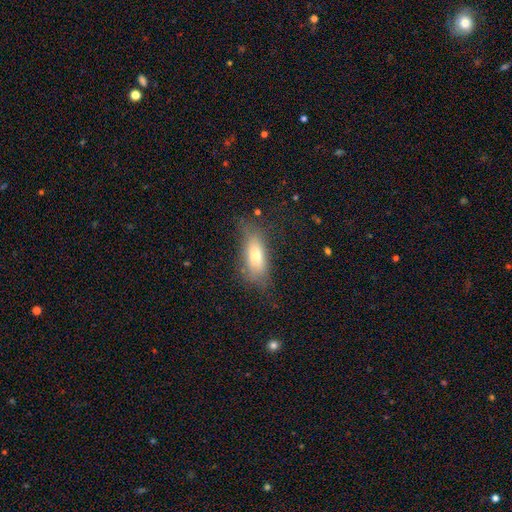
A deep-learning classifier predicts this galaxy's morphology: smooth 70%, featured or disk 21%, star or artifact 9%. Down the decision tree: how rounded — in between (74%); merging — none (64%).